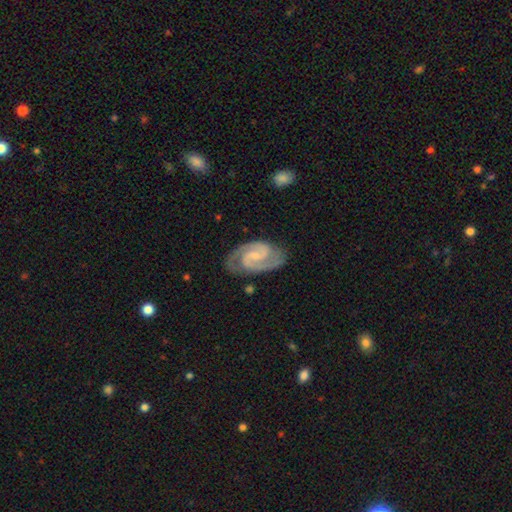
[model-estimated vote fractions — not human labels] Smooth or featured: featured or disk — 92% (smooth — 4%)
Edge-on disk: no — 98% (yes — 2%)
Bar: weak — 51% (no — 30%)
Spiral arms: yes — 98% (no — 2%)
Spiral winding: medium — 55% (tight — 38%)
Spiral arm count: 2 — 93% (3 — 2%)
Bulge size: small — 58% (none — 23%)
Merging: none — 81% (minor disturbance — 14%)